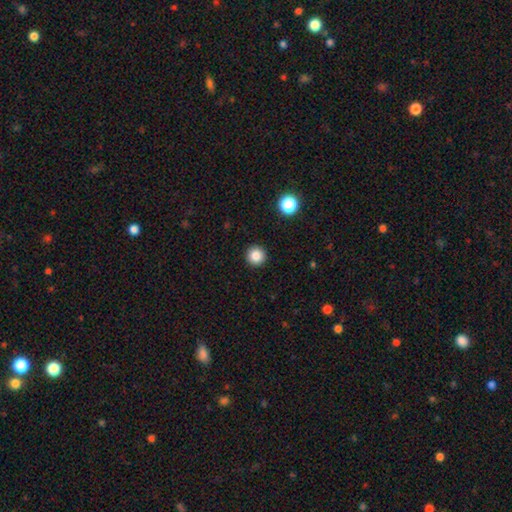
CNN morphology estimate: Smooth or featured? smooth (85%)
How rounded? round (96%)
Merging? none (93%)